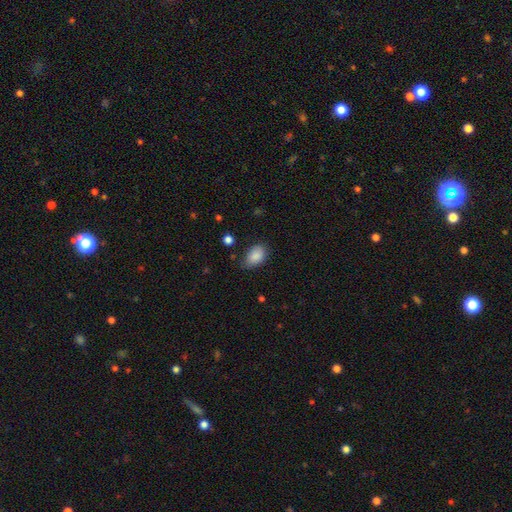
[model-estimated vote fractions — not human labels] Smooth or featured? Predicted: smooth (p=0.87). How rounded? Predicted: in between (p=0.86). Merging? Predicted: none (p=0.69).